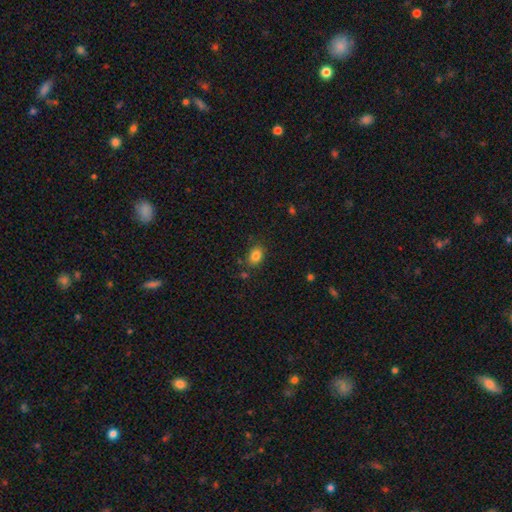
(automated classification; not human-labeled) A smooth galaxy with no disk features (83%) that is in between round and cigar-shaped (68%).

Vote fractions:
- Smooth or featured? smooth: 83% / star or artifact: 11% / featured or disk: 6%
- How rounded? in between: 68% / round: 30% / cigar-shaped: 1%
- Merging? none: 80% / minor disturbance: 12% / merger: 4% / major disturbance: 3%